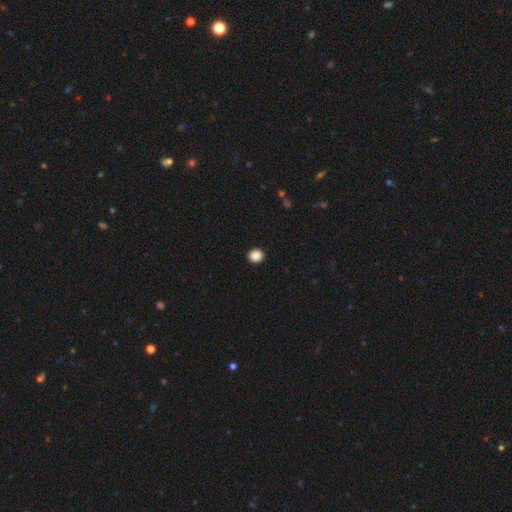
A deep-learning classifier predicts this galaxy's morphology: Smooth or featured? smooth (88%)
How rounded? round (84%)
Merging? none (93%)